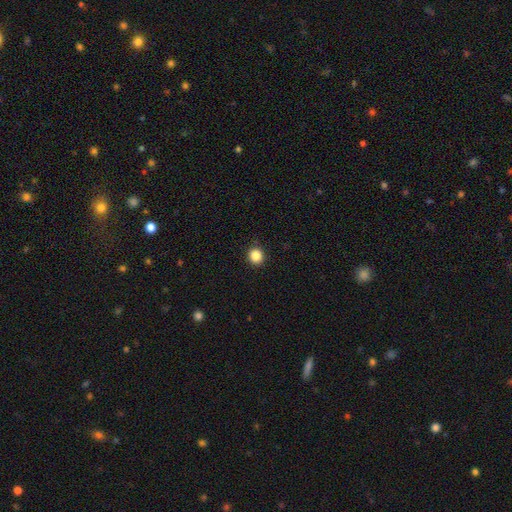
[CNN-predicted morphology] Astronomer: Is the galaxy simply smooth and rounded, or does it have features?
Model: smooth — 86%.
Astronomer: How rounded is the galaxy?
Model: round — 89%.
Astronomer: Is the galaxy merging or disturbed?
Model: none — 92%.